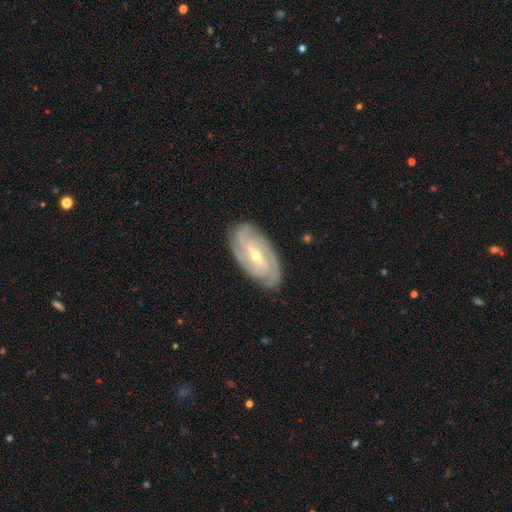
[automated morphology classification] smooth-or-featured: featured or disk: 89% | smooth: 7% | star or artifact: 5%
  disk-edge-on: no: 95% | yes: 5%
    bar: weak: 45% | strong: 32% | no: 23%
    has-spiral-arms: yes: 97% | no: 3%
      spiral-winding: tight: 66% | medium: 29% | loose: 5%
      spiral-arm-count: 3: 33% | 2: 25% | 4: 19% | can't tell: 15% | more than 4: 5% | 1: 5%
    bulge-size: small: 60% | moderate: 38% | large: 1% | none: 1% | dominant: 1%
  merging: none: 84% | minor disturbance: 12% | major disturbance: 2% | merger: 1%